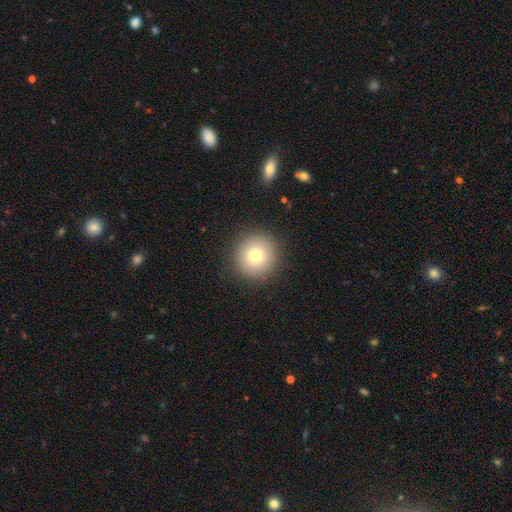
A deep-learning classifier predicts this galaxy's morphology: smooth-or-featured: smooth: 75% | featured or disk: 12% | star or artifact: 12%
  how-rounded: round: 95% | in between: 4% | cigar-shaped: 1%
  merging: none: 91% | minor disturbance: 6% | major disturbance: 2% | merger: 1%